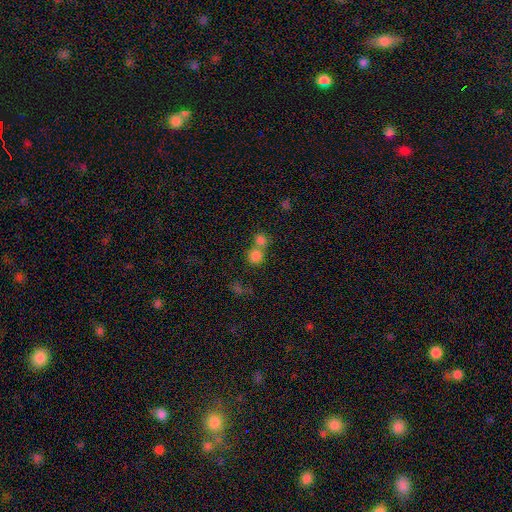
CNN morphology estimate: The model was most divided on "merging": none: 47%, merger: 45%, minor disturbance: 5%, major disturbance: 3%. More confident: how rounded — round (90%); smooth or featured — smooth (80%).